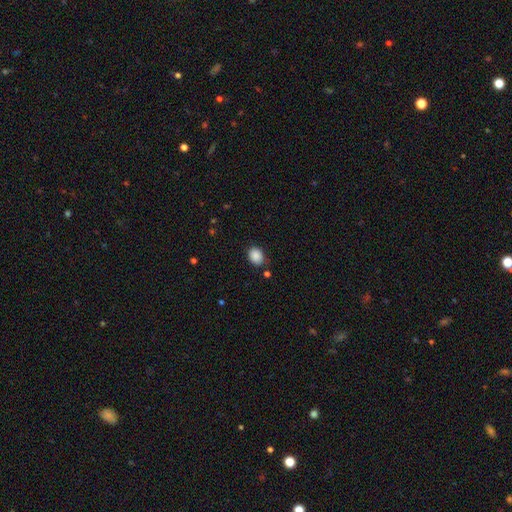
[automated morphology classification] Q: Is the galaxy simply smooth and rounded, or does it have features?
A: smooth — 88%.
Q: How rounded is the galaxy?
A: in between — 58%.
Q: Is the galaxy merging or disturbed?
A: none — 82%.